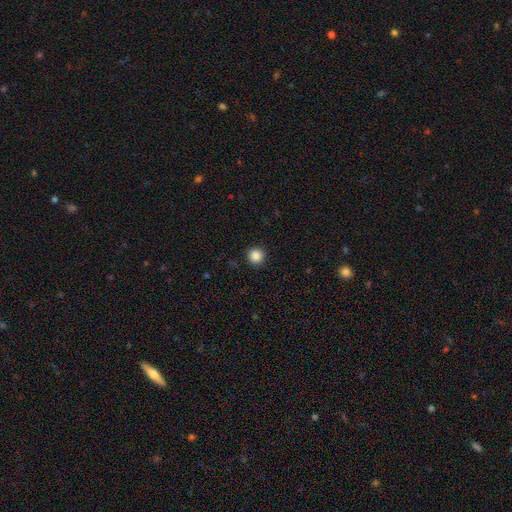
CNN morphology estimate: smooth-or-featured: smooth: 87% | star or artifact: 10% | featured or disk: 3%
  how-rounded: round: 95% | in between: 4% | cigar-shaped: 1%
  merging: none: 92% | minor disturbance: 5% | major disturbance: 2% | merger: 1%